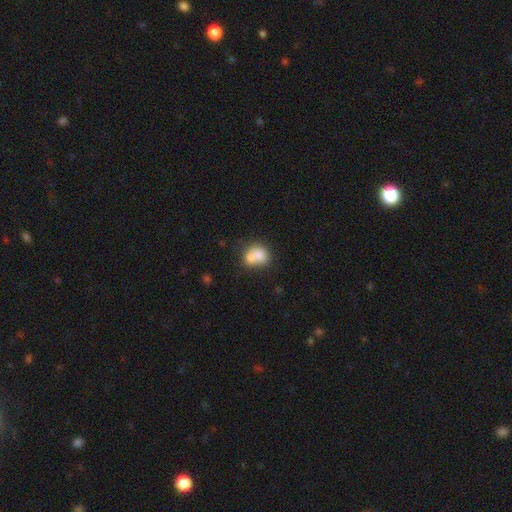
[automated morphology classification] Q: Smooth or featured?
A: smooth (74%); runner-up: featured or disk (17%)
Q: How rounded?
A: round (58%); runner-up: in between (41%)
Q: Merging?
A: merger (57%); runner-up: none (29%)